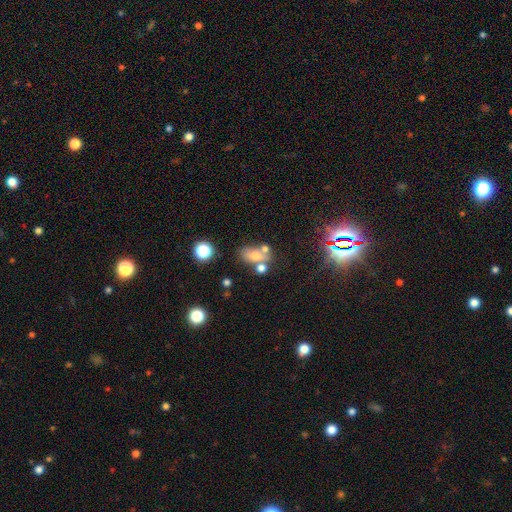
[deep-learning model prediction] smooth-or-featured: smooth: 60% | featured or disk: 21% | star or artifact: 19%
  how-rounded: in between: 76% | round: 20% | cigar-shaped: 4%
  merging: none: 46% | merger: 32% | minor disturbance: 15% | major disturbance: 8%